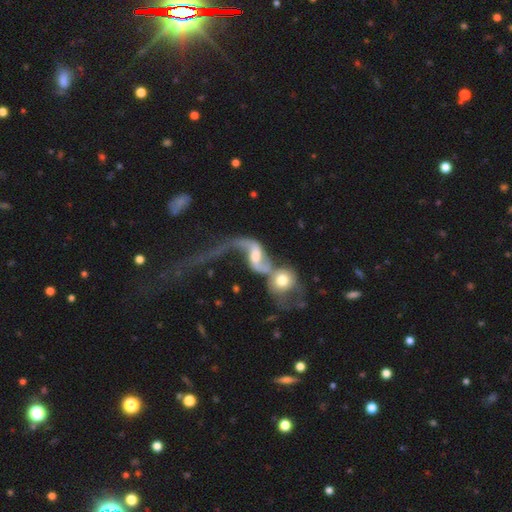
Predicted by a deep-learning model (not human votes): The model was most divided on "bar": weak: 41%, no: 38%, strong: 21%. Remaining: edge-on disk — no (94%); spiral winding — loose (88%); spiral arms — yes (86%); smooth or featured — featured or disk (76%); spiral arm count — 2 (72%); merging — merger (67%); bulge size — moderate (48%).